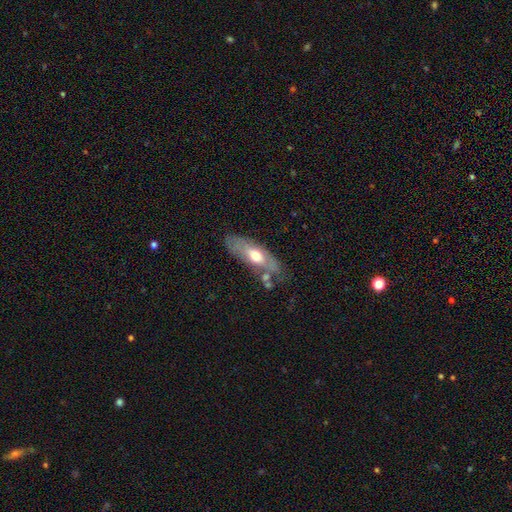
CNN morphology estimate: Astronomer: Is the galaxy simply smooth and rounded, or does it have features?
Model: smooth — 49% (runner-up: featured or disk, 45%).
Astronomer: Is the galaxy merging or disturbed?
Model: none — 63%.